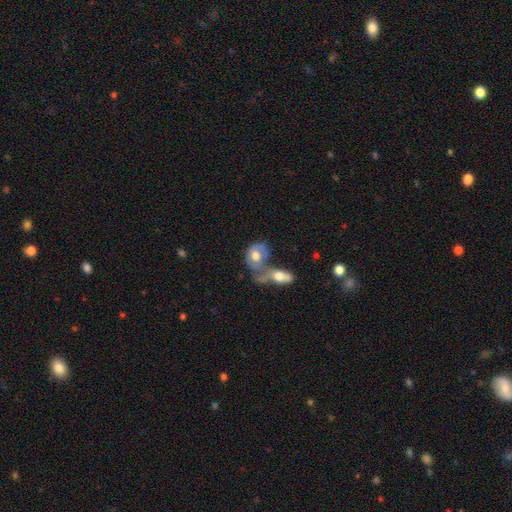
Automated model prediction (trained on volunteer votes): Smooth or featured? smooth (50%)
How rounded? in between (72%)
Merging? merger (64%)